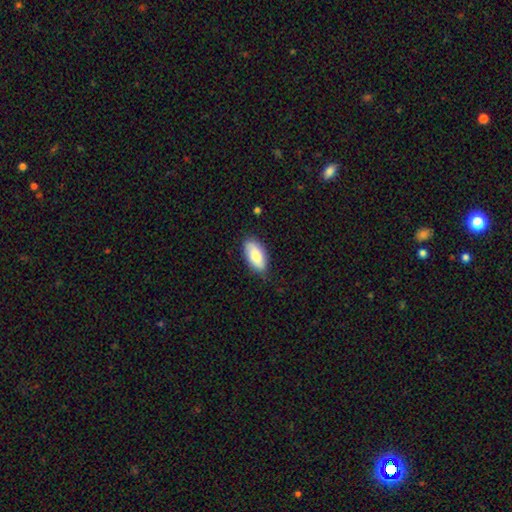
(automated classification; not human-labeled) Smooth or featured: smooth — 78% (featured or disk — 16%)
How rounded: in between — 92% (cigar-shaped — 6%)
Merging: none — 79% (minor disturbance — 17%)